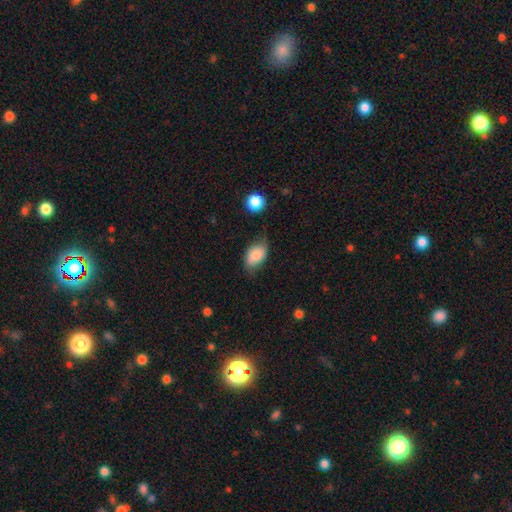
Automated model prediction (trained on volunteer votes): This appears to be a smooth galaxy with no disk features (80%) that is in between round and cigar-shaped (89%). Merging: none (59%).